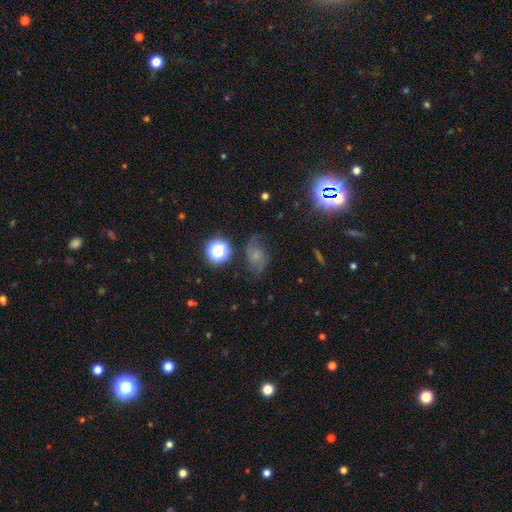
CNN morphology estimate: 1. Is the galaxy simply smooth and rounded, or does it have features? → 47% featured or disk, 30% smooth, 23% star or artifact.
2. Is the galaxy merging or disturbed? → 61% none, 23% minor disturbance, 13% major disturbance, 3% merger.